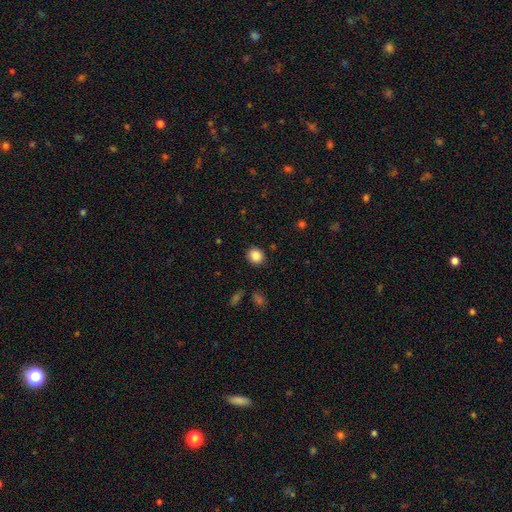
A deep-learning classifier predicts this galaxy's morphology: This is clearly a smooth galaxy (87%). How rounded: likely round (76%). Merging: clearly none (88%).